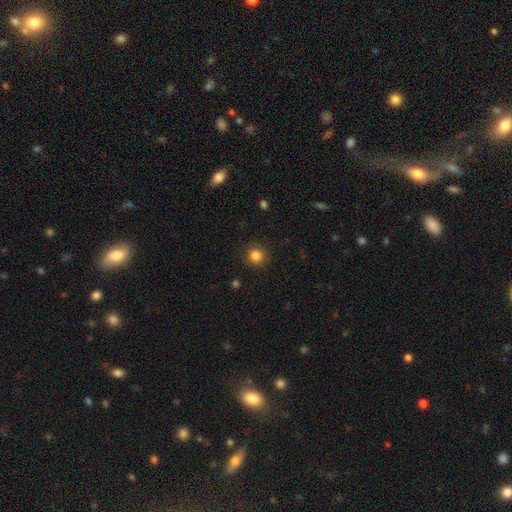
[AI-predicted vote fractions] Overall: smooth (84%). How rounded: round (94%). Merging: none (90%).